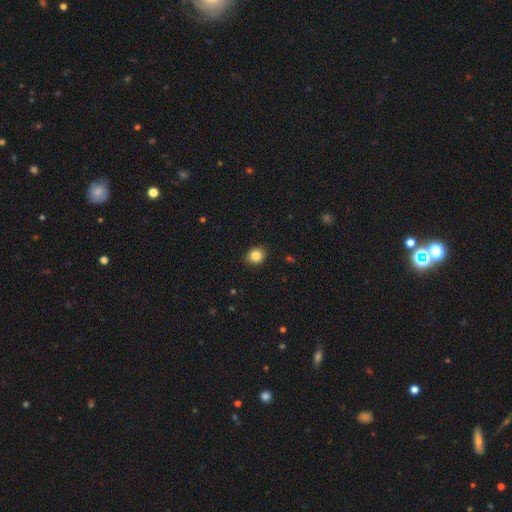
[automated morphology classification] Smooth or featured: smooth — 85% (star or artifact — 10%)
How rounded: round — 72% (in between — 27%)
Merging: none — 90% (minor disturbance — 7%)